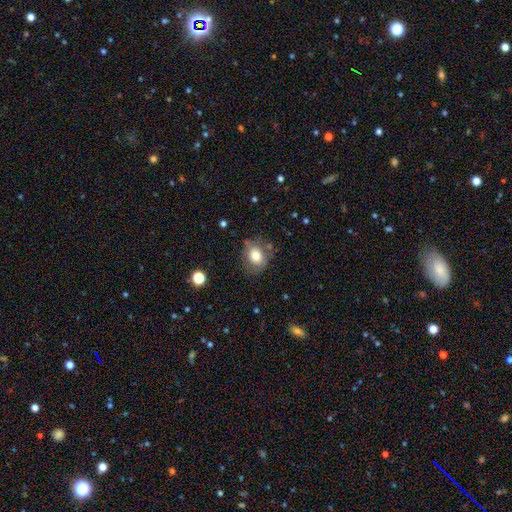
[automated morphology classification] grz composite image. It shows a smooth galaxy with no disk features (72%) that is round (58%). Merging: none (68%).